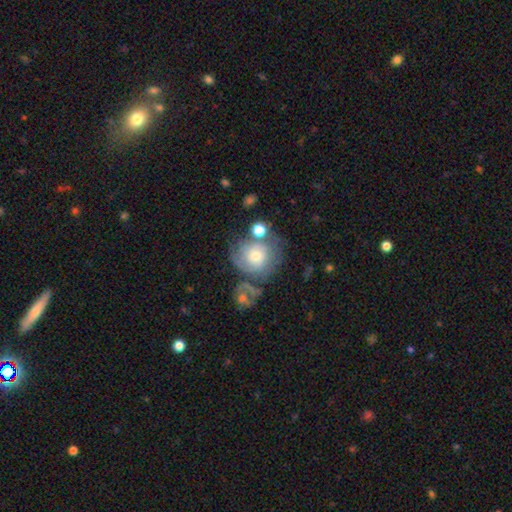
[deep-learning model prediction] This appears to be a featured or disk galaxy (47%). Merging: none (48%).